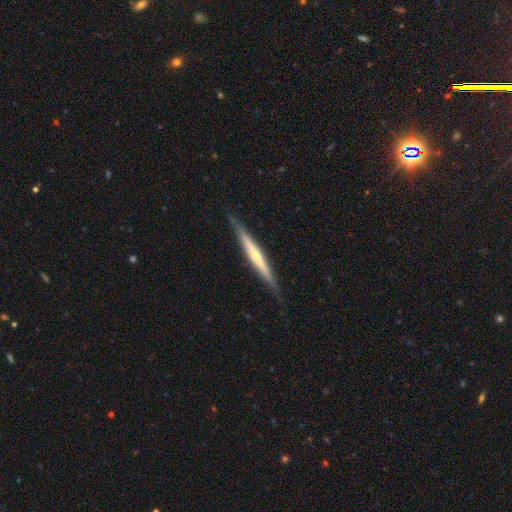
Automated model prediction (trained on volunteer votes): Overall: featured or disk (63%; smooth 32%). Edge-on disk: yes (97%). Edge-on bulge: none (52%; rounded 39%). Merging: none (87%).